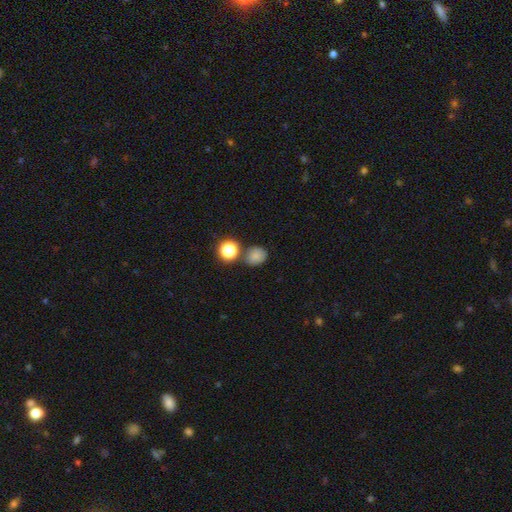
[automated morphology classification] Smooth or featured?
  - smooth: 78% *
  - star or artifact: 15%
  - featured or disk: 7%
How rounded?
  - round: 67% *
  - in between: 32%
  - cigar-shaped: 1%
Merging?
  - none: 70% *
  - minor disturbance: 13%
  - merger: 13%
  - major disturbance: 4%